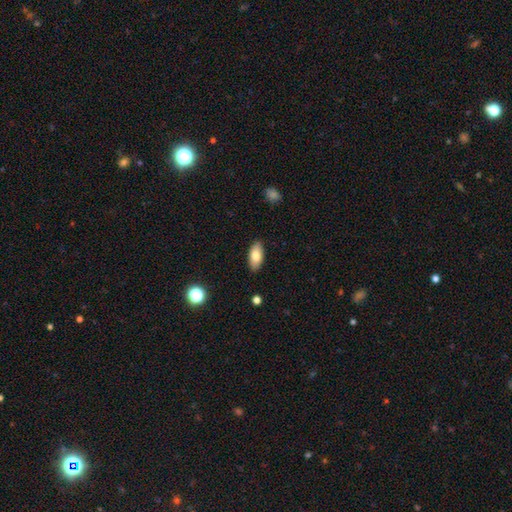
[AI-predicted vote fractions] Smooth or featured?
  - smooth: 78% *
  - featured or disk: 15%
  - star or artifact: 7%
How rounded?
  - in between: 89% *
  - cigar-shaped: 8%
  - round: 3%
Merging?
  - none: 88% *
  - minor disturbance: 9%
  - major disturbance: 2%
  - merger: 1%